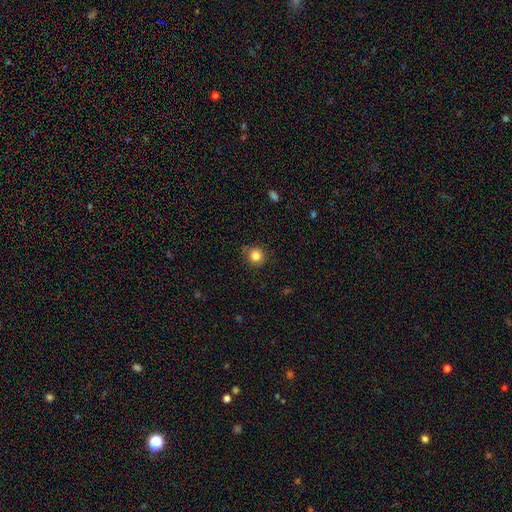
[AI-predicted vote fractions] Smooth or featured?
  - smooth: 84% *
  - star or artifact: 11%
  - featured or disk: 5%
How rounded?
  - round: 91% *
  - in between: 8%
  - cigar-shaped: 1%
Merging?
  - none: 85% *
  - minor disturbance: 11%
  - major disturbance: 3%
  - merger: 2%